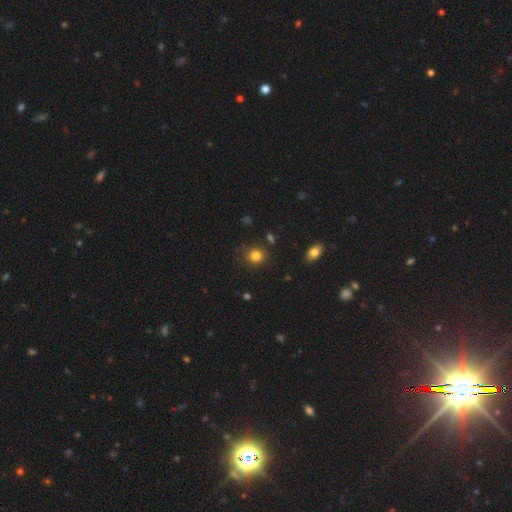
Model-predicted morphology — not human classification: Q: Smooth or featured?
A: smooth (82%); runner-up: star or artifact (12%)
Q: How rounded?
A: round (82%); runner-up: in between (17%)
Q: Merging?
A: none (81%); runner-up: minor disturbance (13%)